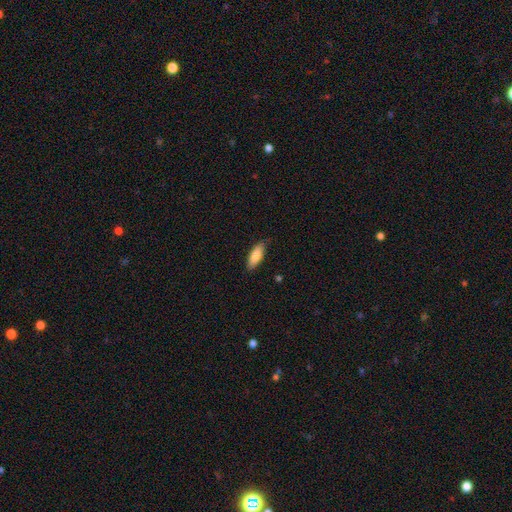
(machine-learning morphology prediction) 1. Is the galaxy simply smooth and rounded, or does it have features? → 82% smooth, 12% featured or disk, 6% star or artifact.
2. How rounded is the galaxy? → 71% in between, 27% cigar-shaped, 2% round.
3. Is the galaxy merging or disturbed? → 82% none, 15% minor disturbance, 2% major disturbance, 1% merger.